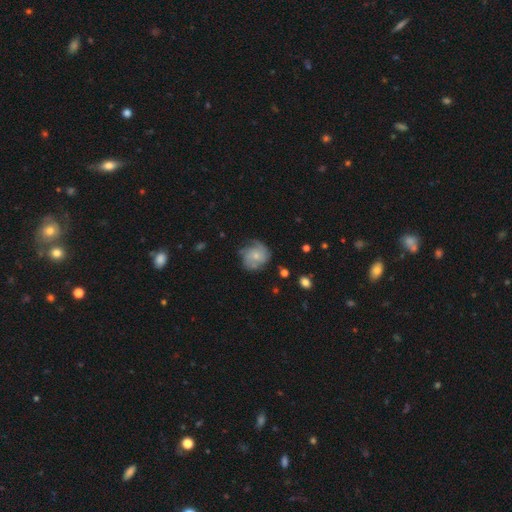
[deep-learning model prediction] Smooth or featured: featured or disk — 53% (smooth — 39%)
Edge-on disk: no — 97% (yes — 3%)
Bar: no — 82% (weak — 16%)
Spiral arms: yes — 78% (no — 22%)
Bulge size: small — 65% (moderate — 27%)
Merging: none — 57% (minor disturbance — 26%)